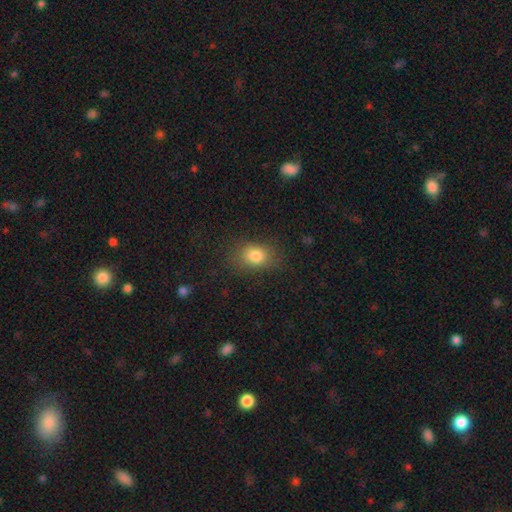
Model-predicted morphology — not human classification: Smooth or featured?
  - smooth: 81% *
  - star or artifact: 11%
  - featured or disk: 7%
How rounded?
  - in between: 60% *
  - round: 39%
  - cigar-shaped: 1%
Merging?
  - none: 78% *
  - minor disturbance: 15%
  - major disturbance: 6%
  - merger: 1%